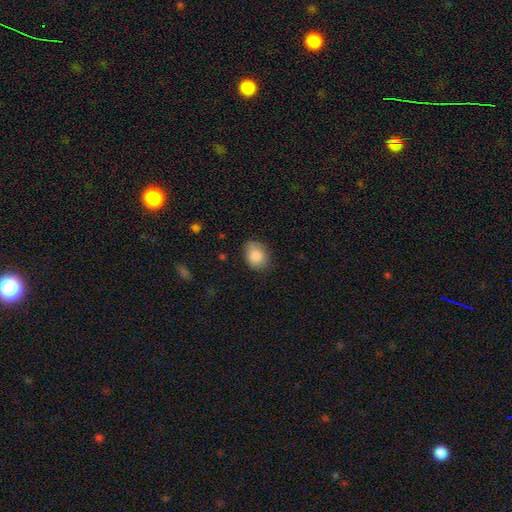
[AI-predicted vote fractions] Smooth or featured?
  - smooth: 87% *
  - star or artifact: 7%
  - featured or disk: 5%
How rounded?
  - in between: 62% *
  - round: 37%
  - cigar-shaped: 1%
Merging?
  - none: 80% *
  - minor disturbance: 16%
  - major disturbance: 3%
  - merger: 1%